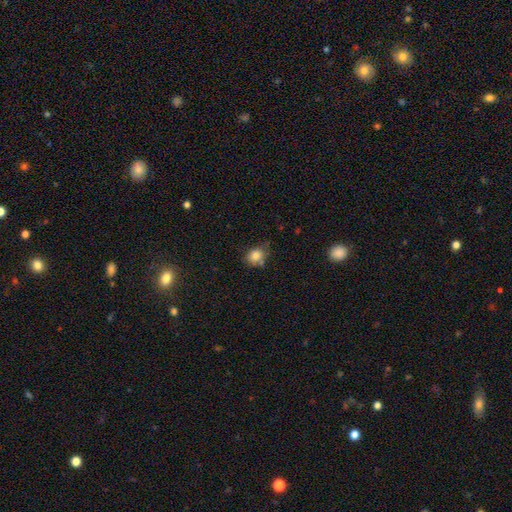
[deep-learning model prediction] Smooth or featured? Predicted: smooth (p=0.82). How rounded? Predicted: round (p=0.62). Merging? Predicted: none (p=0.58).